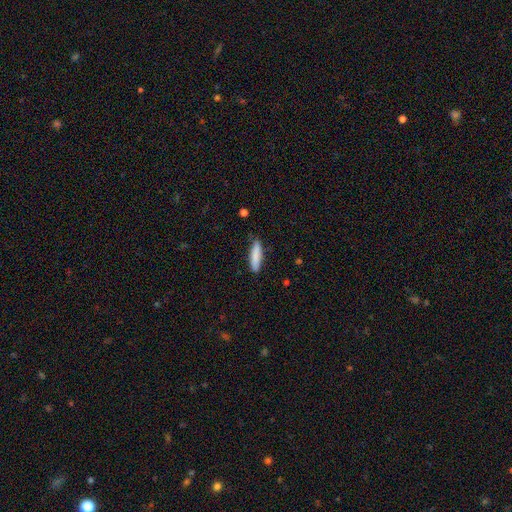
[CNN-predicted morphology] A smooth galaxy with no disk features (85%) that is cigar-shaped (76%). Merging: none (84%).